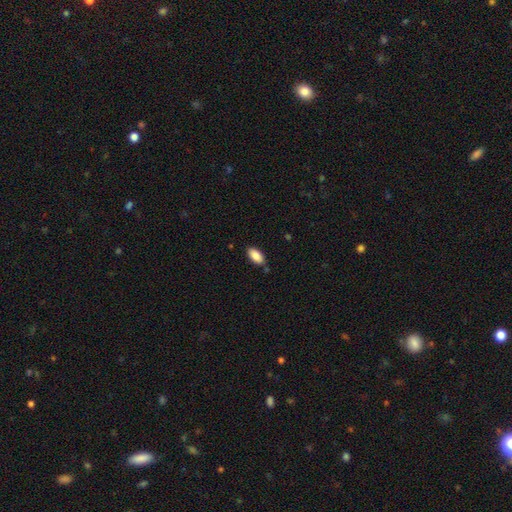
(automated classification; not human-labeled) Smooth or featured? smooth (88%)
How rounded? in between (93%)
Merging? none (82%)